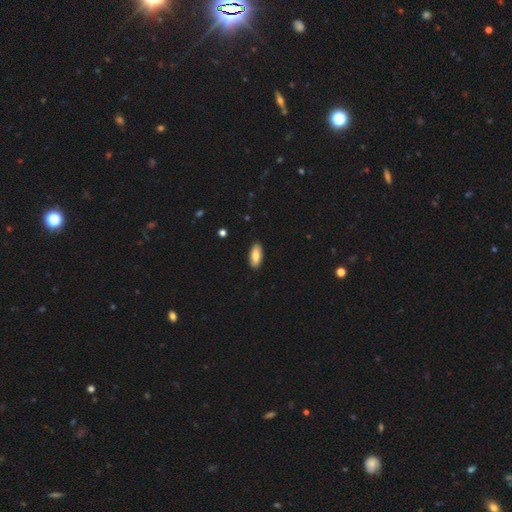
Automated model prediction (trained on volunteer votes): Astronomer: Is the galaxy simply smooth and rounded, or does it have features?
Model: smooth — 82%.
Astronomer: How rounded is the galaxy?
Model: in between — 83%.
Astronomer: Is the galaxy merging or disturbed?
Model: none — 90%.